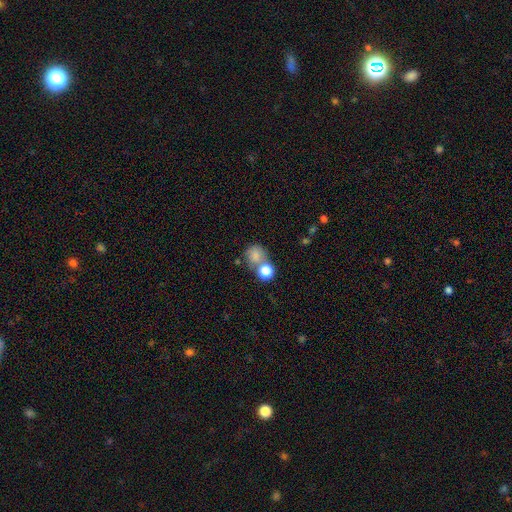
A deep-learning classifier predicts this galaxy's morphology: smooth 78%, star or artifact 12%, featured or disk 10%. Down the decision tree: how rounded — round (78%); merging — none (44%).